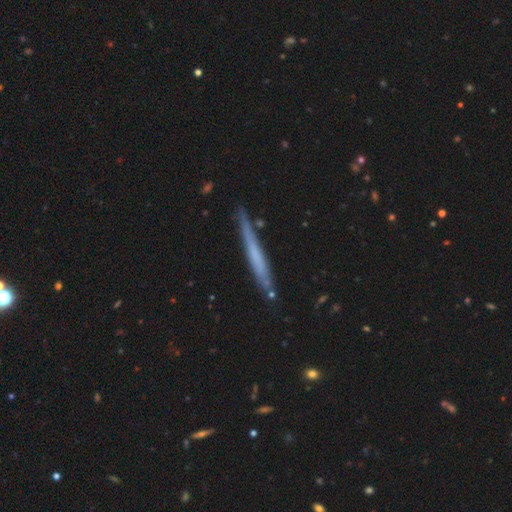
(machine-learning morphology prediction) featured or disk 49%, smooth 45%, star or artifact 7%. Down the decision tree: merging — none (81%).